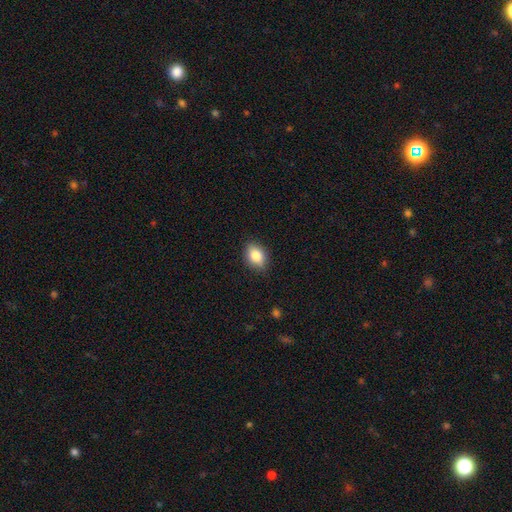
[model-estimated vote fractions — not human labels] A smooth galaxy with no disk features (79%) that is in between round and cigar-shaped (77%). Merging: none (86%).